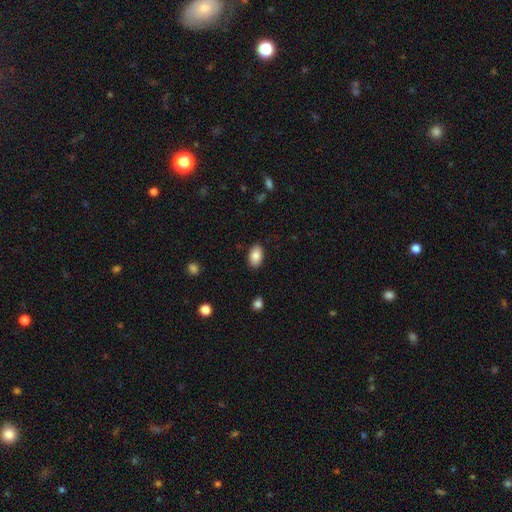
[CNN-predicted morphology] A smooth galaxy with no disk features (86%) that is in between round and cigar-shaped (92%).

Vote fractions:
- Smooth or featured? smooth: 86% / star or artifact: 7% / featured or disk: 6%
- How rounded? in between: 92% / round: 6% / cigar-shaped: 1%
- Merging? none: 87% / minor disturbance: 9% / major disturbance: 2% / merger: 1%